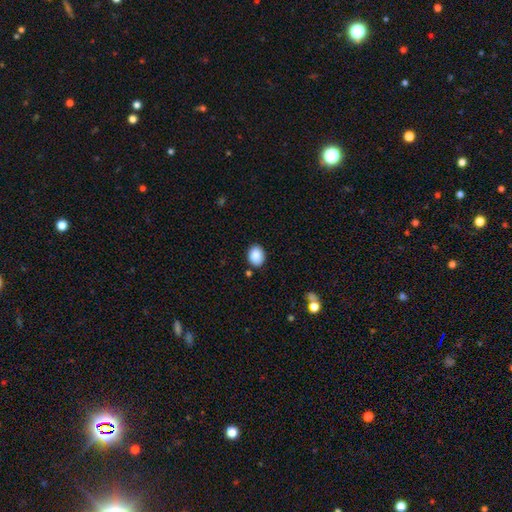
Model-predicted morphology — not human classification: Smooth or featured? Predicted: smooth (p=0.89). How rounded? Predicted: in between (p=0.59). Merging? Predicted: none (p=0.86).